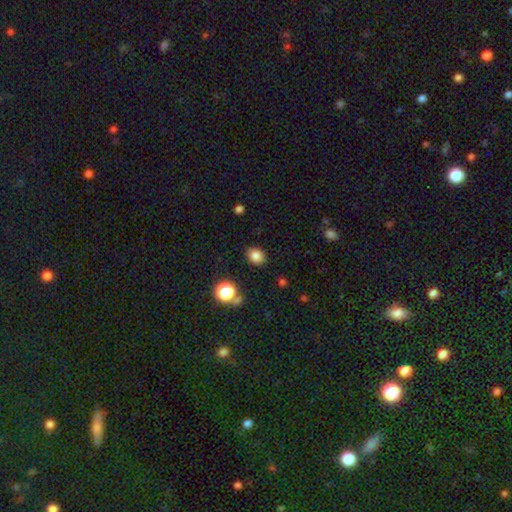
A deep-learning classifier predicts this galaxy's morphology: smooth_or_featured: smooth (p=0.83) [alt: star or artifact p=0.12]
how_rounded: in between (p=0.50) [alt: round p=0.49]
merging: none (p=0.86) [alt: minor disturbance p=0.09]